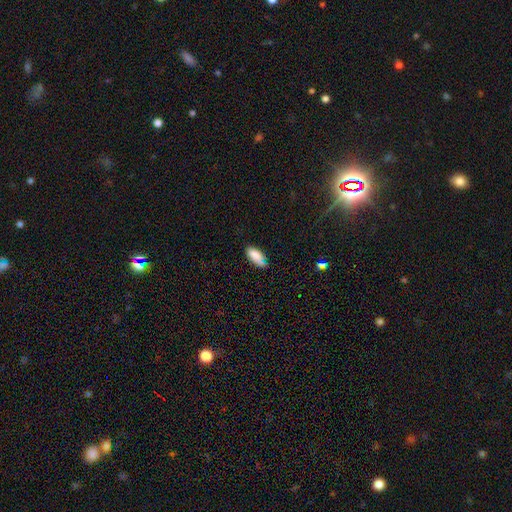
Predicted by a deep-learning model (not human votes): A smooth galaxy with no disk features (84%) that is in between round and cigar-shaped (84%).

Vote fractions:
- Smooth or featured? smooth: 84% / featured or disk: 9% / star or artifact: 8%
- How rounded? in between: 84% / cigar-shaped: 14% / round: 2%
- Merging? none: 59% / minor disturbance: 32% / major disturbance: 6% / merger: 3%